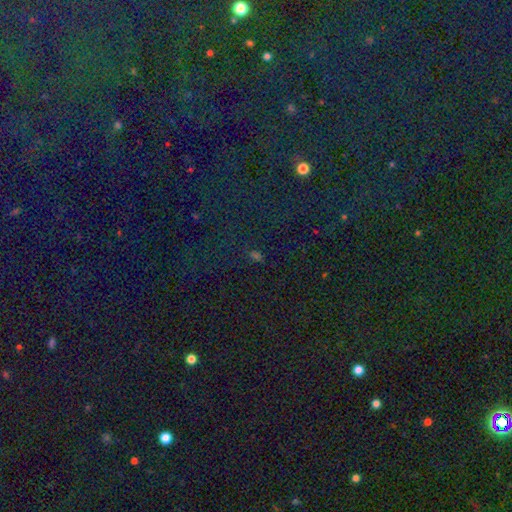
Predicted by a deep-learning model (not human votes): Smooth or featured? star or artifact (64%)